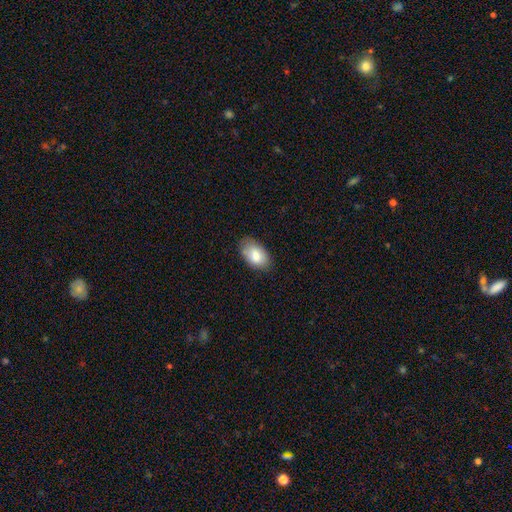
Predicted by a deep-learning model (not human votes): Smooth or featured: smooth — 83% (featured or disk — 10%)
How rounded: in between — 93% (round — 6%)
Merging: none — 76% (minor disturbance — 19%)